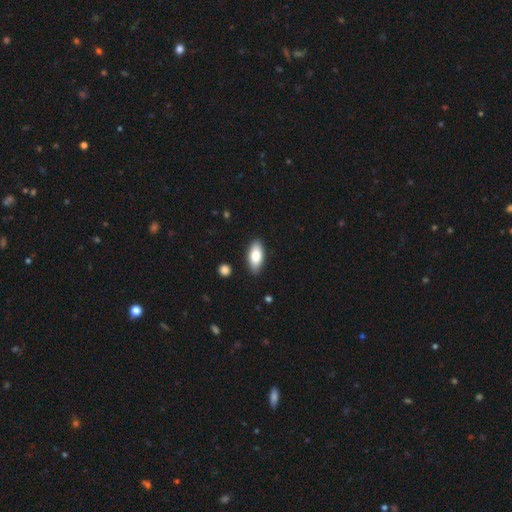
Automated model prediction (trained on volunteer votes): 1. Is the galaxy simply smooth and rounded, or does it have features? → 81% smooth, 13% featured or disk, 6% star or artifact.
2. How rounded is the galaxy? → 87% in between, 10% cigar-shaped, 3% round.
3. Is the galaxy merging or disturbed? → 87% none, 9% minor disturbance, 2% major disturbance, 2% merger.